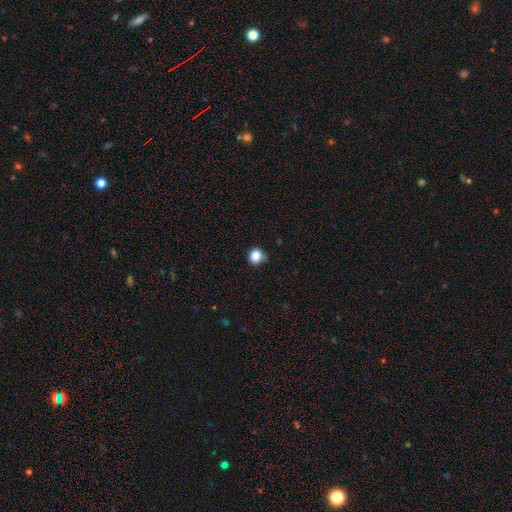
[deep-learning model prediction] This is clearly a smooth galaxy (85%). How rounded: clearly round (89%). Merging: likely none (78%).